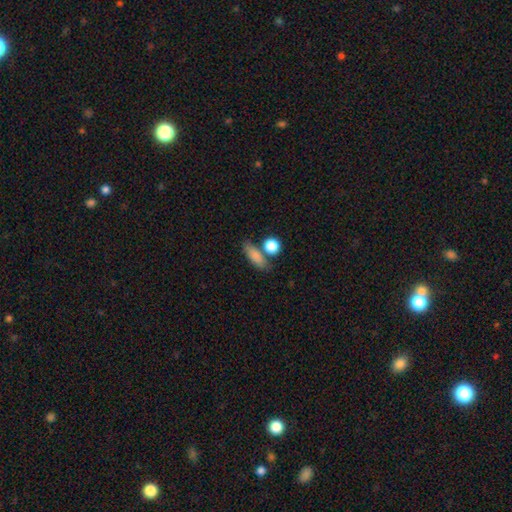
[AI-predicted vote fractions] This appears to be a smooth galaxy with no disk features (82%) that is in between round and cigar-shaped (57%). Merging: none (63%).